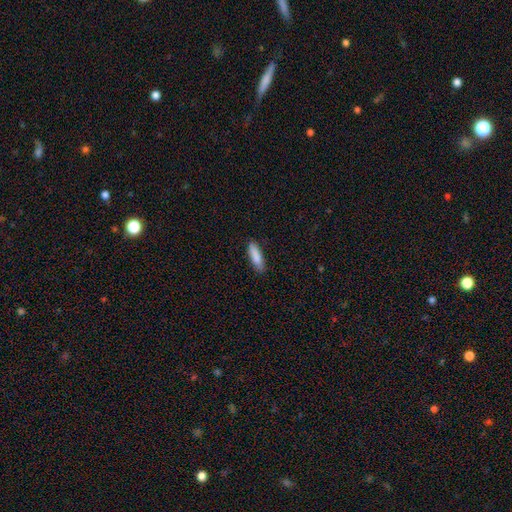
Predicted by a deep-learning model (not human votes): smooth_or_featured: smooth (p=0.87) [alt: featured or disk p=0.07]
how_rounded: cigar-shaped (p=0.62) [alt: in between p=0.37]
merging: none (p=0.85) [alt: minor disturbance p=0.12]